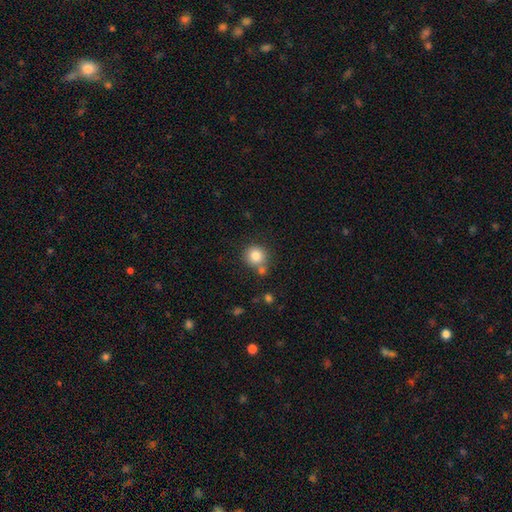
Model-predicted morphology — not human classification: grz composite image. It shows a smooth galaxy with no disk features (82%) that is round (90%). Merging: none (68%).